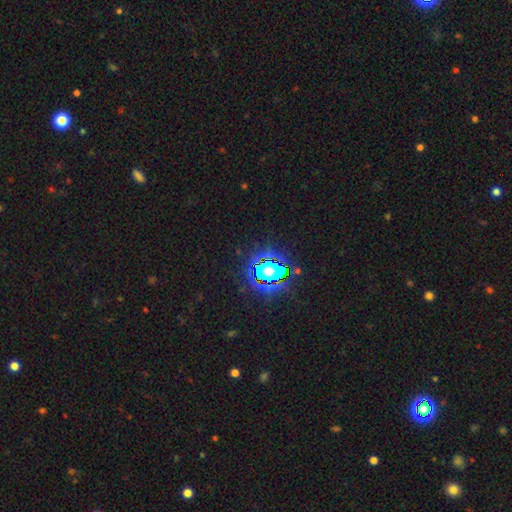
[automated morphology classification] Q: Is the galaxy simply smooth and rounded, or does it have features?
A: star or artifact — 82%.